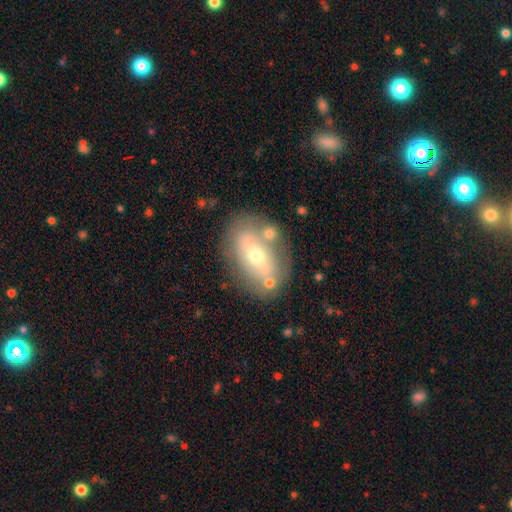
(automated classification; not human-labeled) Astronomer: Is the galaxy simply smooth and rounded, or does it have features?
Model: featured or disk — 50% (runner-up: smooth, 42%).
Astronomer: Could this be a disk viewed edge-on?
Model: no — 89%.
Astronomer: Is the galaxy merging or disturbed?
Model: none — 68%.